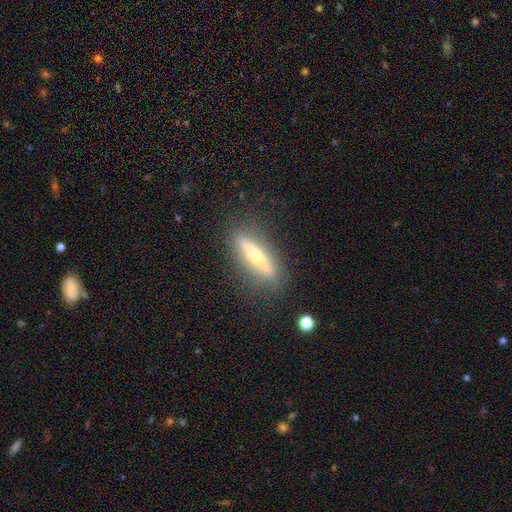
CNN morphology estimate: Smooth or featured: featured or disk — 61% (smooth — 31%)
Edge-on disk: yes — 91% (no — 9%)
Edge-on bulge: rounded — 71% (none — 23%)
Merging: none — 87% (minor disturbance — 9%)